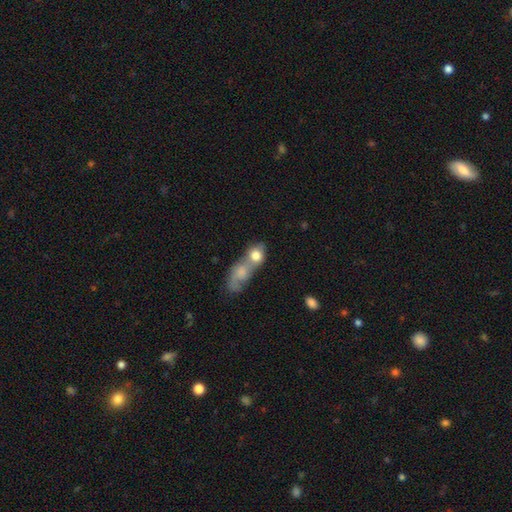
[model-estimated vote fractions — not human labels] Smooth or featured: smooth — 73% (featured or disk — 19%)
How rounded: round — 48% (tied with in between — 48%)
Merging: merger — 71% (none — 17%)